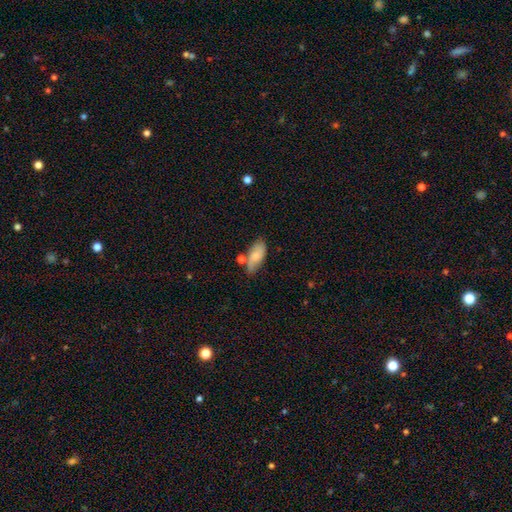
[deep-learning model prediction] A smooth galaxy with no disk features (74%) that is in between round and cigar-shaped (87%).

Vote fractions:
- Smooth or featured? smooth: 74% / featured or disk: 19% / star or artifact: 7%
- How rounded? in between: 87% / cigar-shaped: 10% / round: 3%
- Merging? none: 62% / minor disturbance: 22% / merger: 11% / major disturbance: 5%